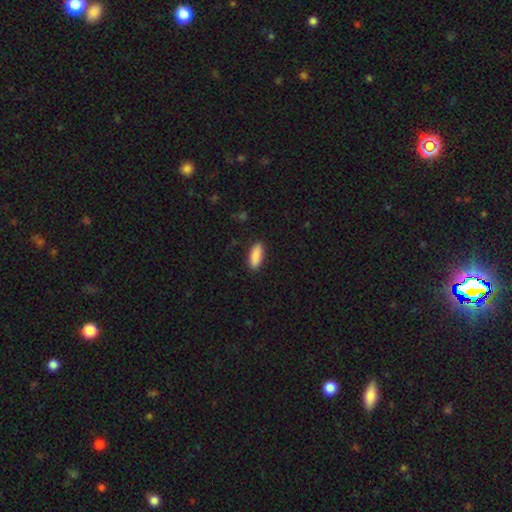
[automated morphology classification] This is clearly a smooth galaxy (90%). How rounded: likely in between (73%). Merging: clearly none (88%).